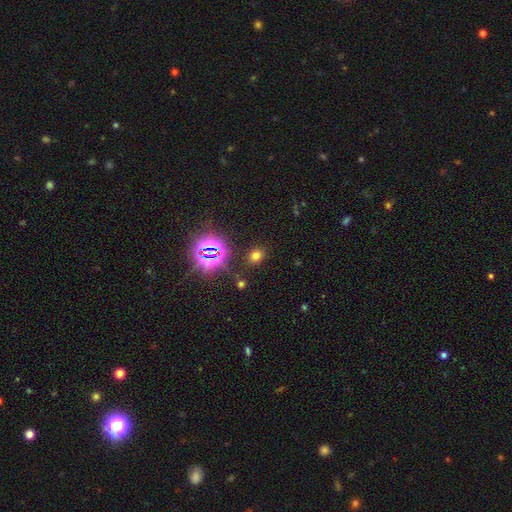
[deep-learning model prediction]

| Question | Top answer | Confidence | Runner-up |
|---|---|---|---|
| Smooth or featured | smooth | 63% | star or artifact (29%) |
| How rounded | in between | 53% | round (46%) |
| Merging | none | 85% | minor disturbance (9%) |